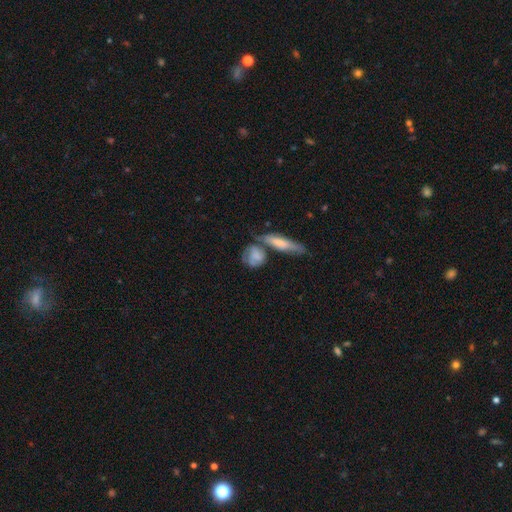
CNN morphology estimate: This appears to be a smooth galaxy with no disk features (53%) that is round (47%). Merging: none (42%).